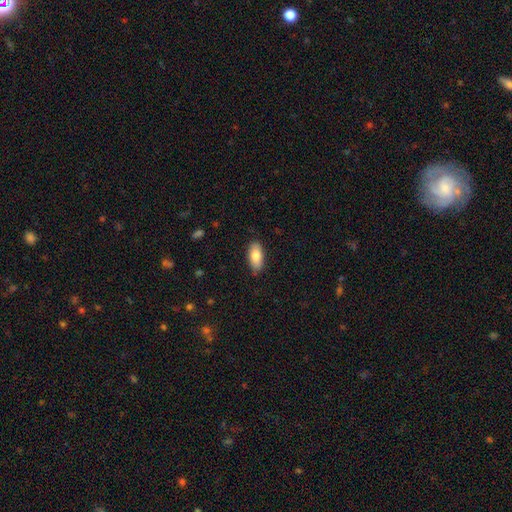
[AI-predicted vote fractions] Smooth or featured? Predicted: smooth (p=0.81). How rounded? Predicted: in between (p=0.90). Merging? Predicted: none (p=0.85).